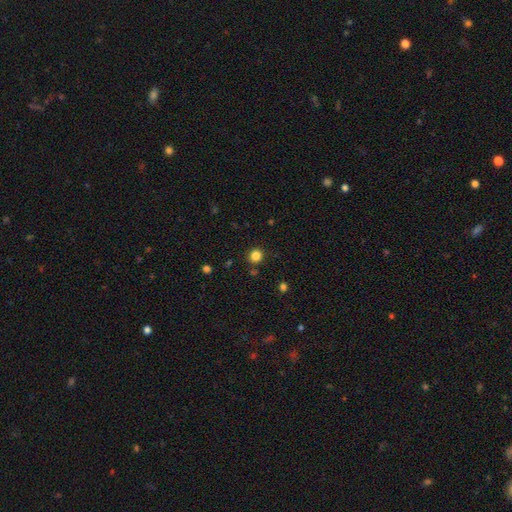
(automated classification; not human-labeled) The model was most divided on "smooth or featured": smooth: 83%, star or artifact: 13%, featured or disk: 4%. More confident: how rounded — round (92%); merging — none (88%).